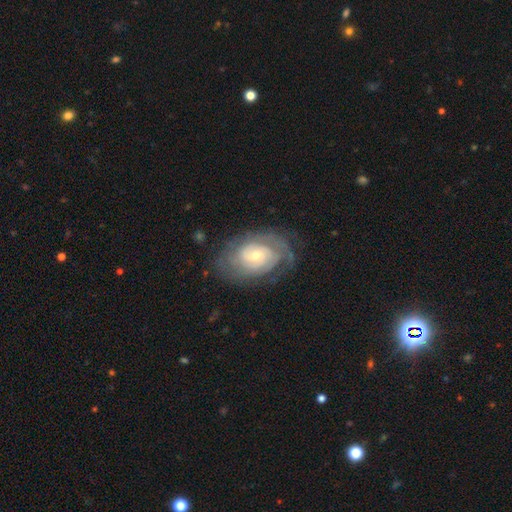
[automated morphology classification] Smooth or featured? featured or disk (81%)
Edge-on disk? no (96%)
Bar? no (64%)
Spiral arms? yes (91%)
Spiral winding? tight (67%)
Spiral arm count? can't tell (40%)
Bulge size? small (51%)
Merging? none (71%)